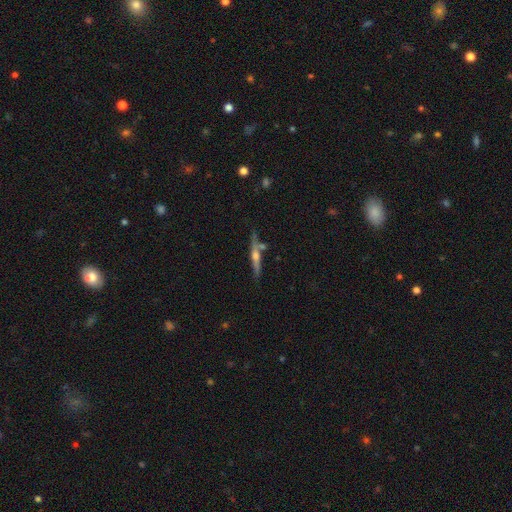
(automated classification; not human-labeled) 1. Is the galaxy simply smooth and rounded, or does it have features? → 70% featured or disk, 23% smooth, 7% star or artifact.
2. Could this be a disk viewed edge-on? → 96% yes, 4% no.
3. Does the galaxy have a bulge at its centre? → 87% rounded, 8% none, 5% boxy.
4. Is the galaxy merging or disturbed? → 75% none, 13% minor disturbance, 9% merger, 3% major disturbance.